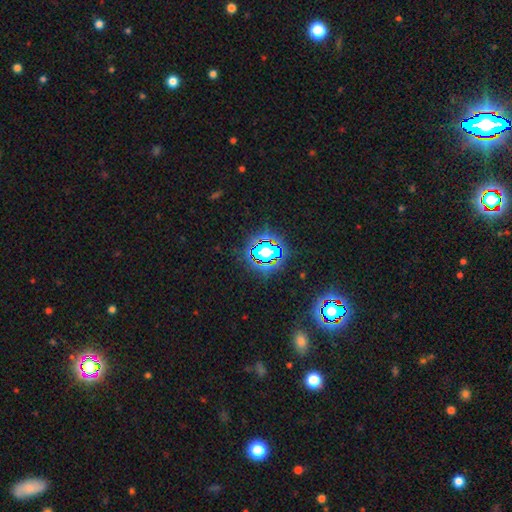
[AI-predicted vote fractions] This is clearly a star or artifact rather than a galaxy (80%).